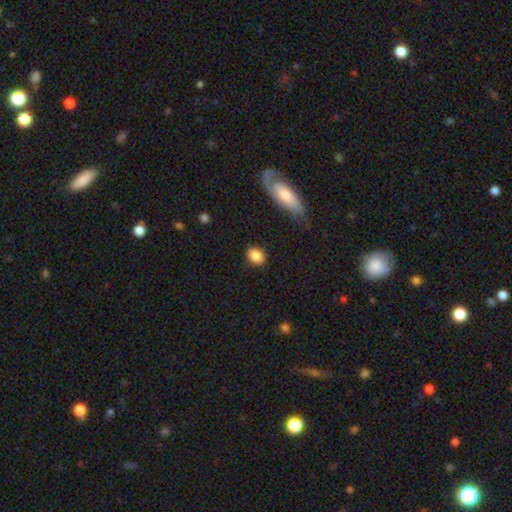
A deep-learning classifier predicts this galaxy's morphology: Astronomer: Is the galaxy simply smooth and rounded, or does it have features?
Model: smooth — 86%.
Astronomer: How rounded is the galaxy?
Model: in between — 65%.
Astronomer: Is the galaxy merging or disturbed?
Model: none — 86%.